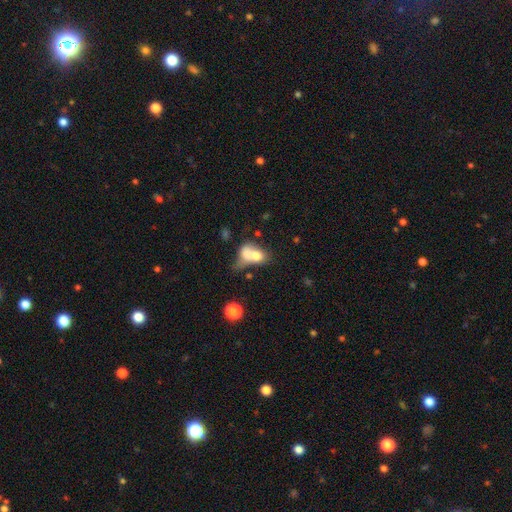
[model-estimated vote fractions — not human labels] Smooth or featured?
  - smooth: 68% *
  - featured or disk: 22%
  - star or artifact: 10%
How rounded?
  - in between: 70% *
  - round: 28%
  - cigar-shaped: 3%
Merging?
  - merger: 60% *
  - none: 15%
  - major disturbance: 14%
  - minor disturbance: 11%